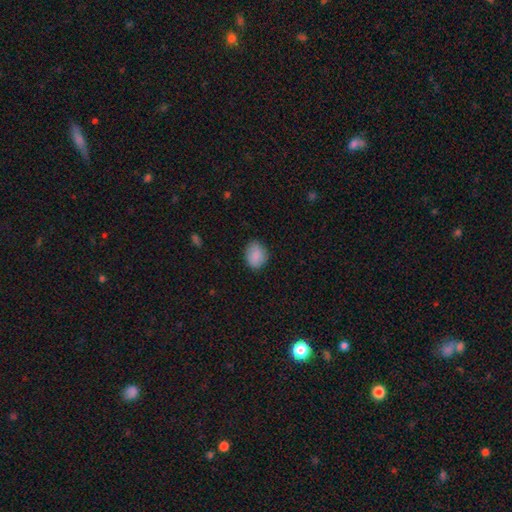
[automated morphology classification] smooth-or-featured: smooth: 88% | star or artifact: 8% | featured or disk: 5%
  how-rounded: round: 60% | in between: 39% | cigar-shaped: 1%
  merging: none: 81% | minor disturbance: 15% | major disturbance: 3% | merger: 1%